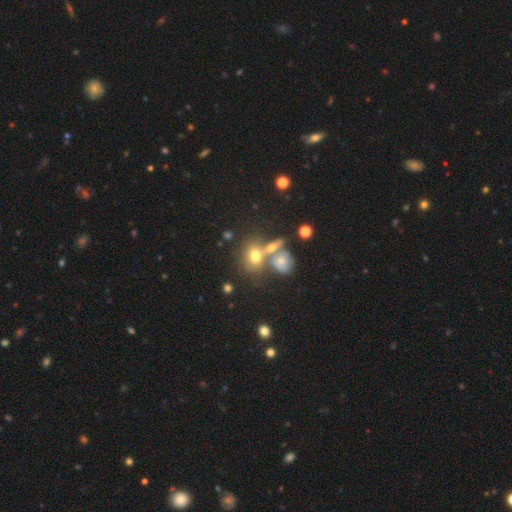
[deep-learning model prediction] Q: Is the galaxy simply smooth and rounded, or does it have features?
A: smooth — 62%.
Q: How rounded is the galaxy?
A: in between — 55%.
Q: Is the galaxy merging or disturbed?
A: merger — 42%.